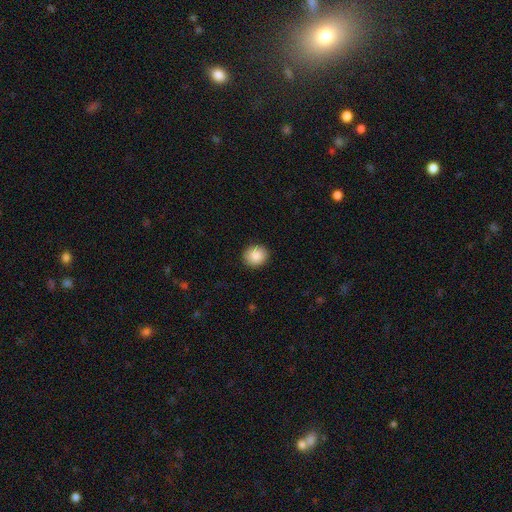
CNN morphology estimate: Overall: smooth (88%). How rounded: round (74%). Merging: none (91%).